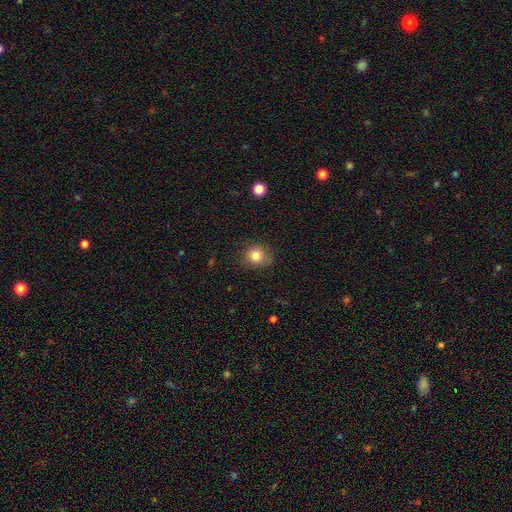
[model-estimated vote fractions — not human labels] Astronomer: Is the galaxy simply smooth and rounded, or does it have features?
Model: smooth — 83%.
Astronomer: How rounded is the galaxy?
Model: round — 82%.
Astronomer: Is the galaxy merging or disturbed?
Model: none — 78%.